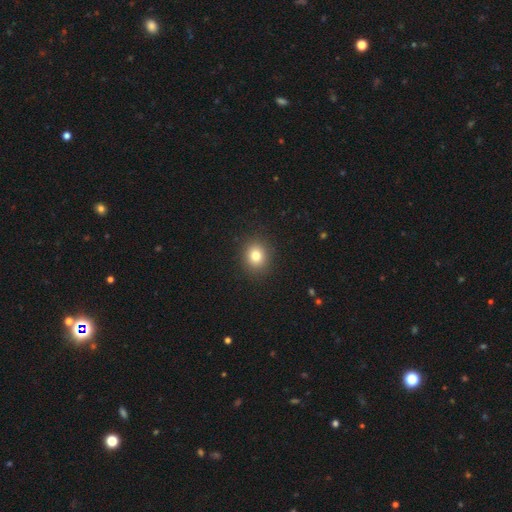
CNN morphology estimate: smooth-or-featured: smooth: 80% | star or artifact: 12% | featured or disk: 8%
  how-rounded: round: 76% | in between: 23% | cigar-shaped: 1%
  merging: none: 90% | minor disturbance: 7% | major disturbance: 2% | merger: 1%